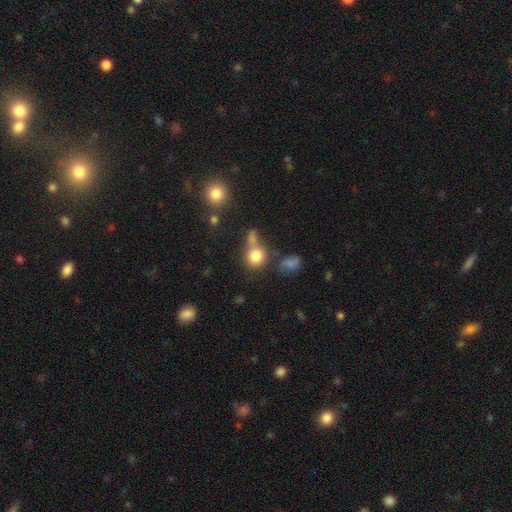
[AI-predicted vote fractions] smooth_or_featured: smooth (p=0.80) [alt: star or artifact p=0.12]
how_rounded: round (p=0.80) [alt: in between p=0.18]
merging: none (p=0.51) [alt: merger p=0.28]